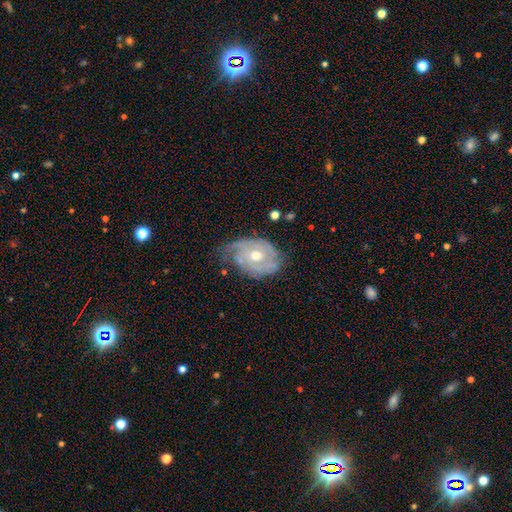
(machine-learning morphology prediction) Smooth or featured? featured or disk (82%)
Edge-on disk? no (96%)
Bar? no (72%)
Spiral arms? yes (90%)
Spiral winding? tight (59%)
Spiral arm count? can't tell (32%)
Bulge size? moderate (74%)
Merging? none (56%)